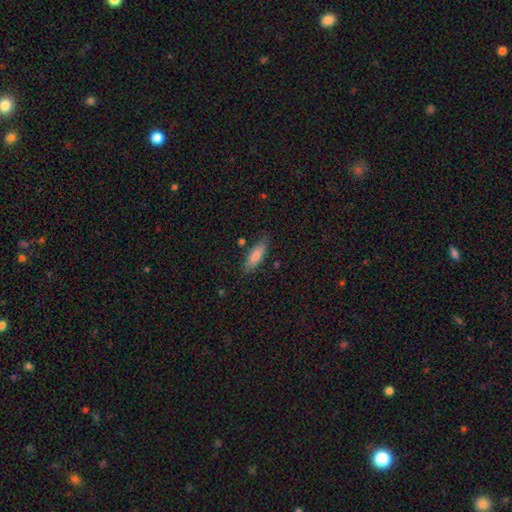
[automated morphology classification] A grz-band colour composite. It shows a smooth galaxy with no disk features (82%) that is in between round and cigar-shaped (55%). Merging: none (77%).